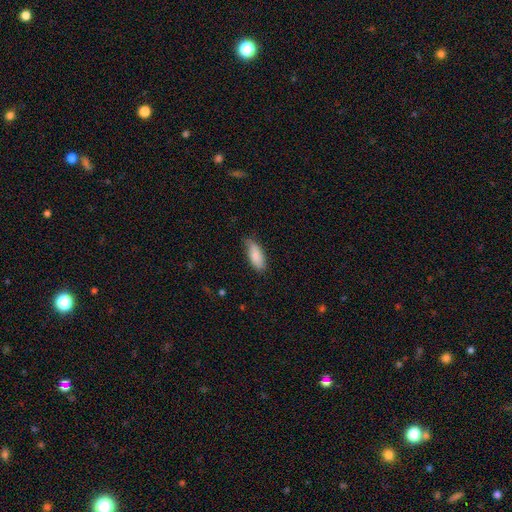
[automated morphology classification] smooth 86%, featured or disk 8%, star or artifact 6%. Down the decision tree: how rounded — in between (80%); merging — none (70%).